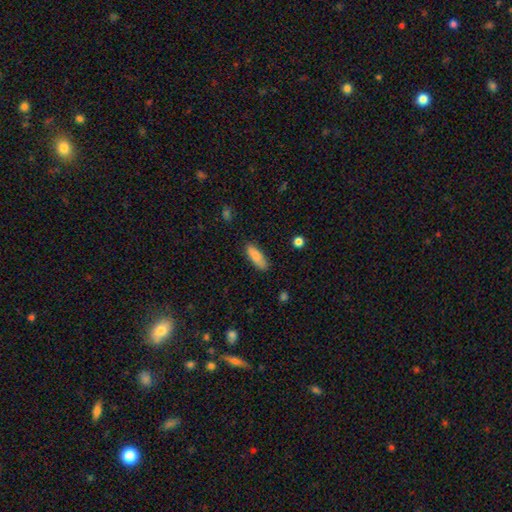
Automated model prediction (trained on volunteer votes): smooth_or_featured: smooth (p=0.84) [alt: featured or disk p=0.10]
how_rounded: in between (p=0.60) [alt: cigar-shaped p=0.37]
merging: none (p=0.83) [alt: minor disturbance p=0.13]